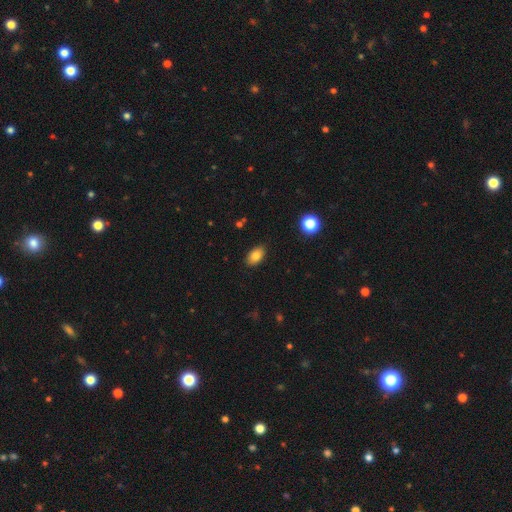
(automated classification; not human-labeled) Smooth or featured? smooth (82%)
How rounded? in between (89%)
Merging? none (86%)